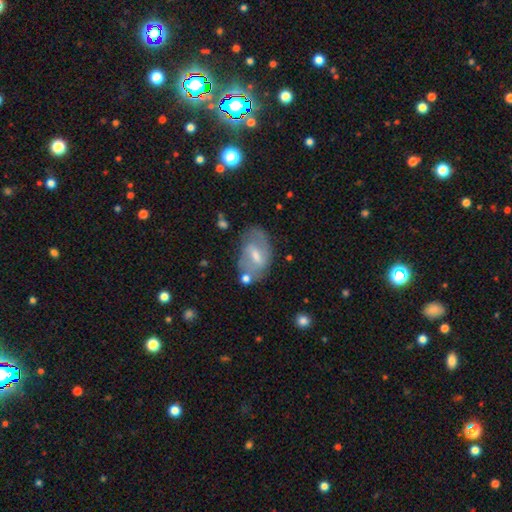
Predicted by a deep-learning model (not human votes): smooth_or_featured: featured or disk (p=0.63) [alt: smooth p=0.29]
disk_edge_on: no (p=0.93) [alt: yes p=0.07]
bar: weak (p=0.53) [alt: strong p=0.28]
has_spiral_arms: yes (p=0.72) [alt: no p=0.28]
bulge_size: moderate (p=0.49) [alt: small p=0.41]
merging: none (p=0.64) [alt: minor disturbance p=0.21]